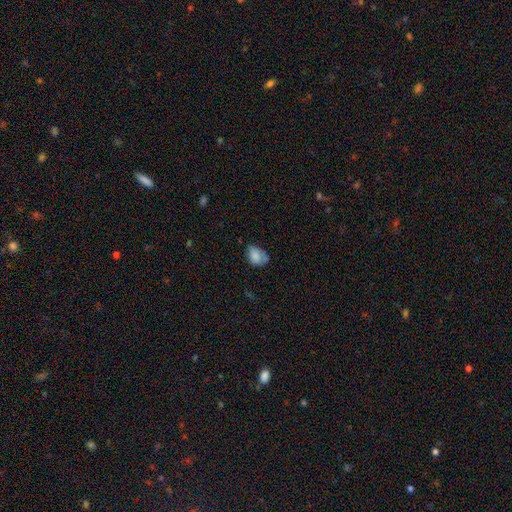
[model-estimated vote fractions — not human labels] The model was most divided on "merging": none: 45%, minor disturbance: 37%, major disturbance: 13%, merger: 5%. More confident: smooth or featured — smooth (78%); how rounded — in between (74%).